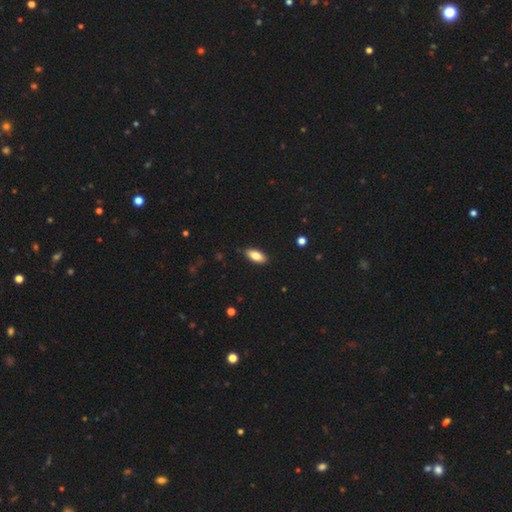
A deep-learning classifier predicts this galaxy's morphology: Smooth or featured? Predicted: smooth (p=0.81). How rounded? Predicted: in between (p=0.87). Merging? Predicted: none (p=0.88).